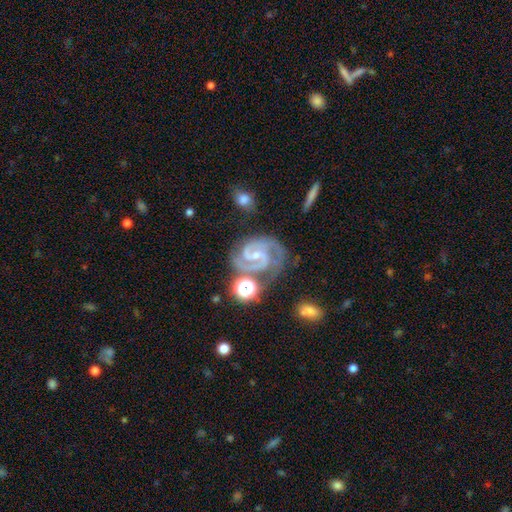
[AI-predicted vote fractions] featured or disk 92%, star or artifact 5%, smooth 3%. Down the decision tree: edge-on disk — no (98%); bar — weak (46%); spiral arms — yes (99%); spiral arm count — 2 (81%); spiral winding — tight (50%); bulge size — small (63%); merging — none (64%).